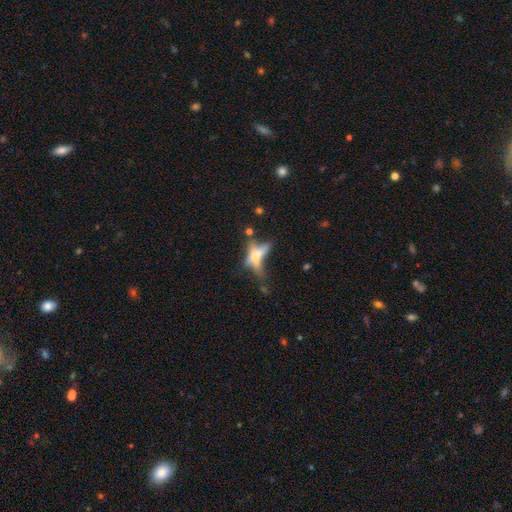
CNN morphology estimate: smooth-or-featured: featured or disk: 45% | smooth: 40% | star or artifact: 15%
  merging: none: 33% | major disturbance: 26% | merger: 25% | minor disturbance: 16%